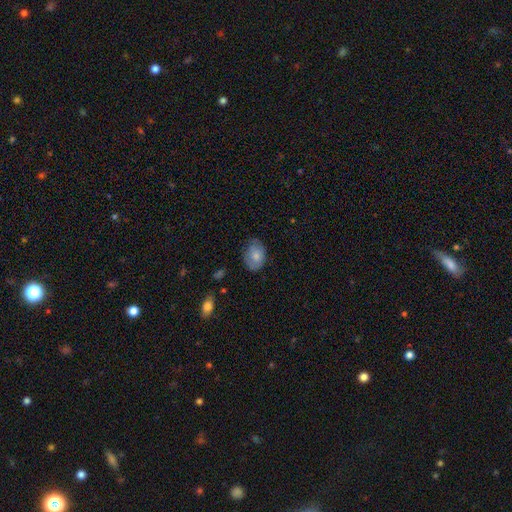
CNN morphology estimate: type=smooth (78%); roundness=in between (78%); merging=none (71%).